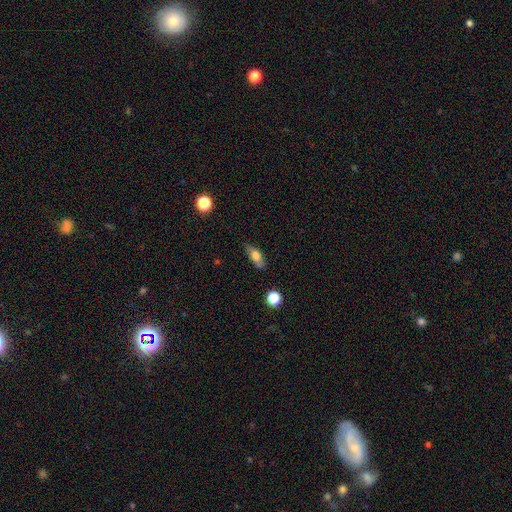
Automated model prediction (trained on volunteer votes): Smooth or featured? smooth (68%)
How rounded? in between (77%)
Merging? none (74%)